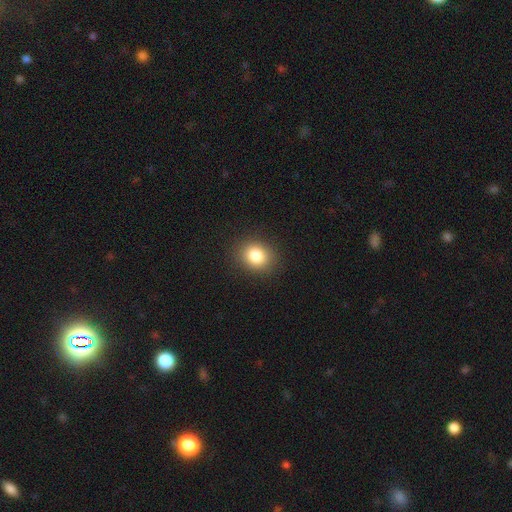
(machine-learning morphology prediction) smooth-or-featured: smooth: 83% | star or artifact: 11% | featured or disk: 6%
  how-rounded: round: 61% | in between: 38% | cigar-shaped: 1%
  merging: none: 89% | minor disturbance: 8% | major disturbance: 3% | merger: 1%